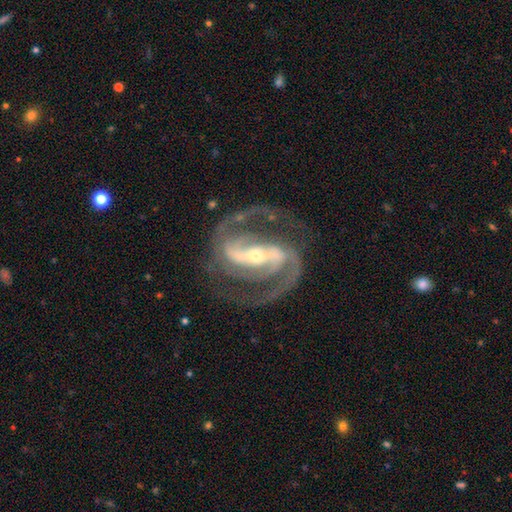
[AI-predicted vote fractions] Morphology: type=featured or disk (93%); edge-on=no (97%); bar=strong (72%); spiral arms=yes (99%); winding=medium (61%); arm count=2 (91%); bulge=small (60%); merging=none (80%).